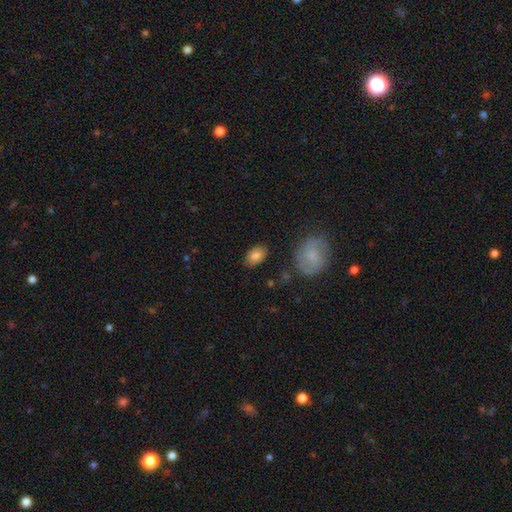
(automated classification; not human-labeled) Q: Smooth or featured?
A: smooth (81%); runner-up: featured or disk (11%)
Q: How rounded?
A: in between (87%); runner-up: round (12%)
Q: Merging?
A: none (83%); runner-up: minor disturbance (11%)